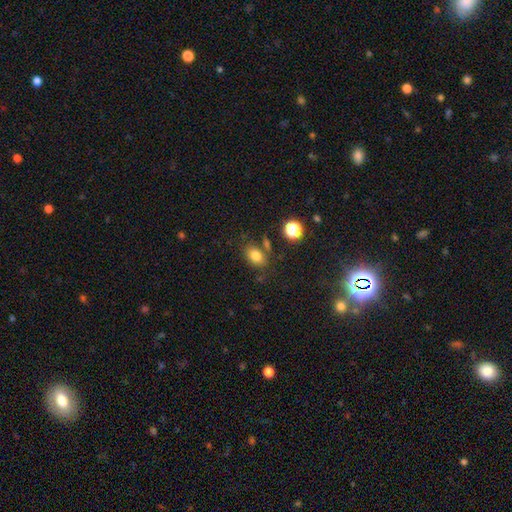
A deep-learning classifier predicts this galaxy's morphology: Smooth or featured? smooth (79%)
How rounded? in between (75%)
Merging? none (72%)